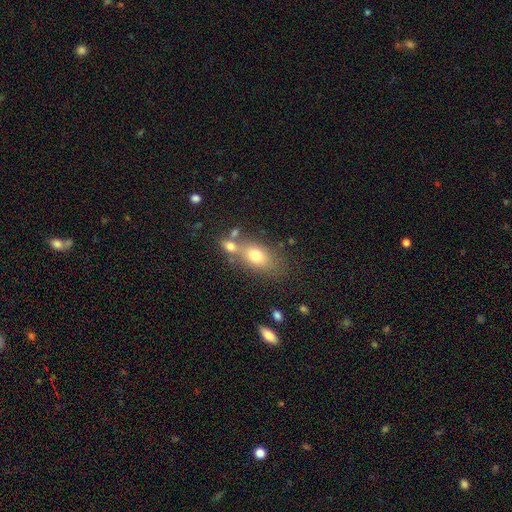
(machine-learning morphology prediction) Smooth or featured: smooth — 72% (featured or disk — 17%)
How rounded: in between — 78% (round — 17%)
Merging: none — 51% (merger — 30%)